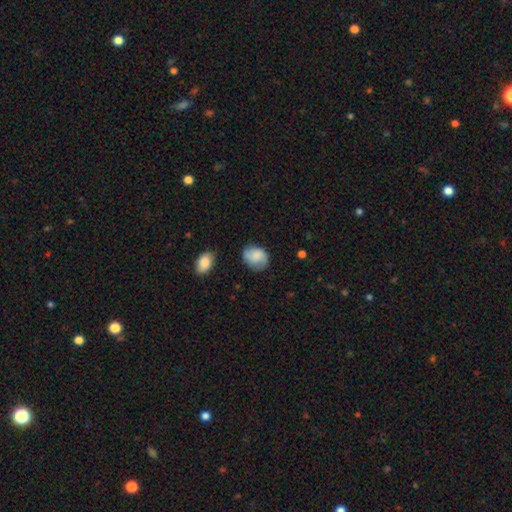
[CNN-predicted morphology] type=smooth (70%); roundness=in between (56%); merging=none (66%).